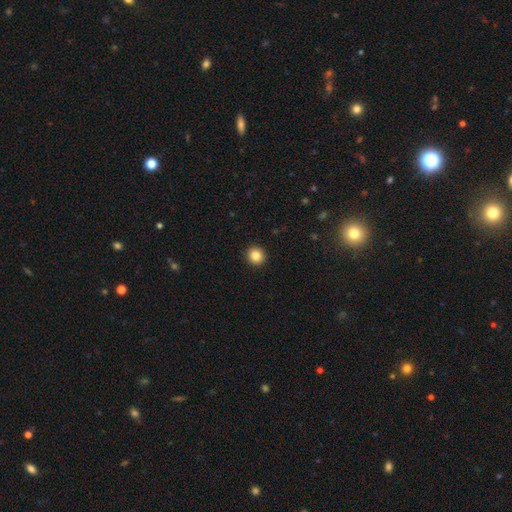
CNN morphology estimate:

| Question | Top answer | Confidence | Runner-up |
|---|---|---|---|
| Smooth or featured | smooth | 84% | star or artifact (11%) |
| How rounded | round | 93% | in between (7%) |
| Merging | none | 93% | minor disturbance (4%) |